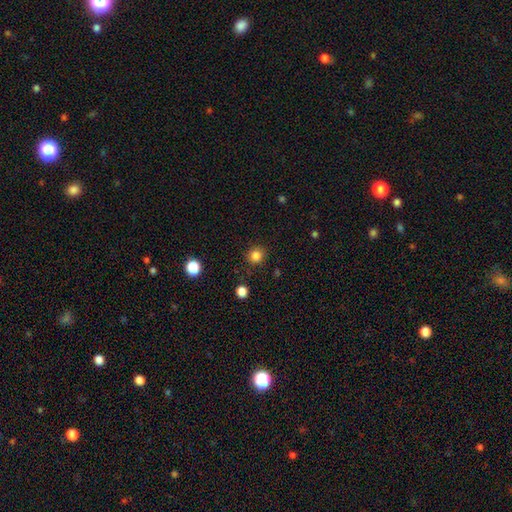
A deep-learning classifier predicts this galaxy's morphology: Overall: smooth (84%). How rounded: round (90%). Merging: none (89%).